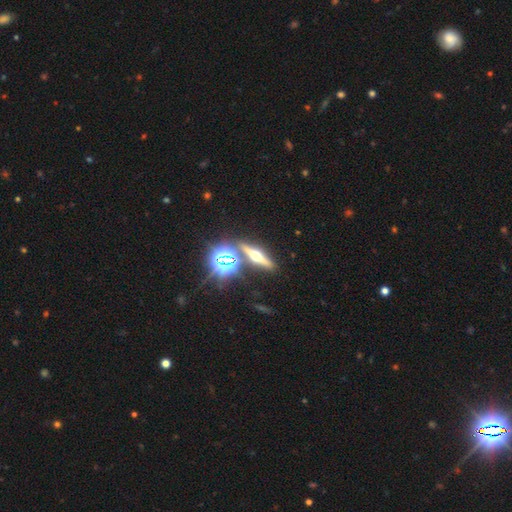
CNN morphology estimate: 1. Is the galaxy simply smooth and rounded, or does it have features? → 61% featured or disk, 23% star or artifact, 17% smooth.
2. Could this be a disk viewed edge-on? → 91% yes, 9% no.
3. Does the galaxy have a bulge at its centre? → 96% rounded, 2% boxy, 2% none.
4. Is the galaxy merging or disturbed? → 84% none, 7% minor disturbance, 6% merger, 3% major disturbance.